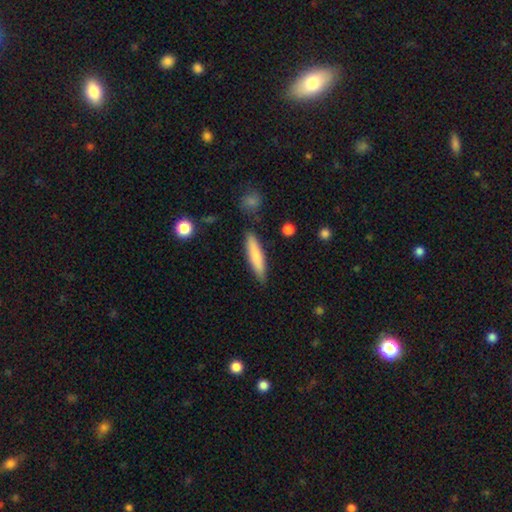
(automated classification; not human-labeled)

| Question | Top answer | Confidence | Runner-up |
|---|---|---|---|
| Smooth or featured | smooth | 78% | featured or disk (16%) |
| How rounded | cigar-shaped | 84% | in between (15%) |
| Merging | none | 86% | minor disturbance (10%) |